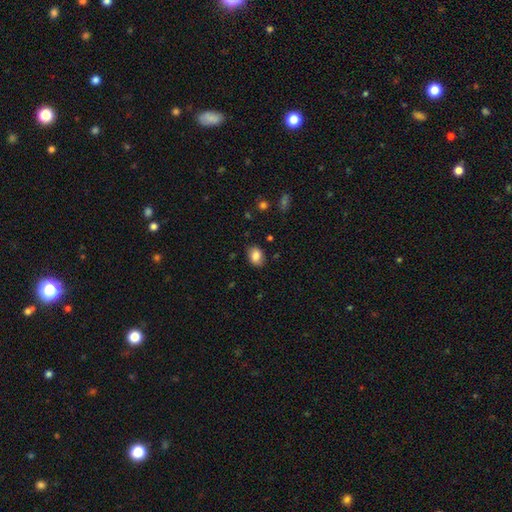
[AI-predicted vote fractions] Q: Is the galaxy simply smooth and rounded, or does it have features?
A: smooth — 84%.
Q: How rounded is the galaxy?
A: in between — 70%.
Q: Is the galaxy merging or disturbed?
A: none — 81%.